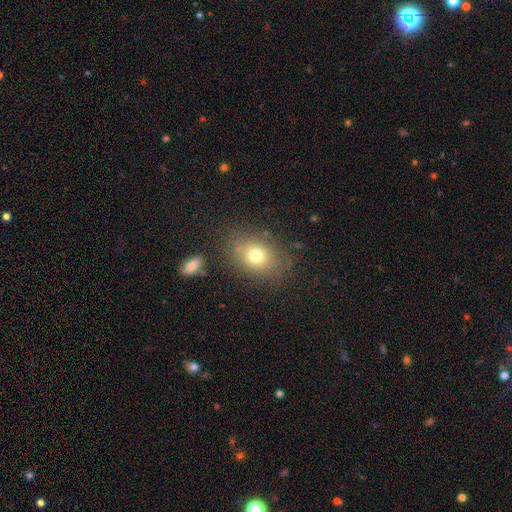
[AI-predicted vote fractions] This appears to be a smooth galaxy with no disk features (75%) that is in between round and cigar-shaped (64%). Merging: none (78%).